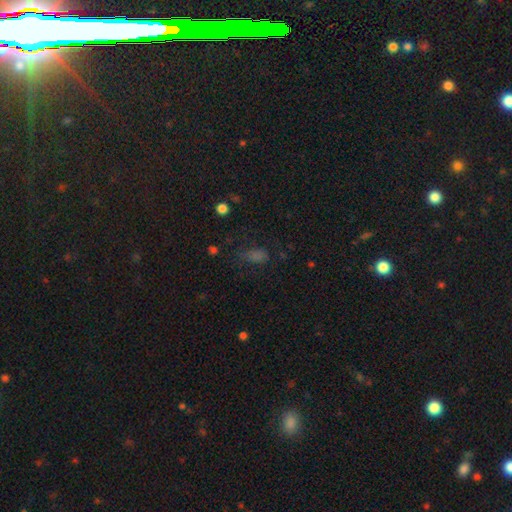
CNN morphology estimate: smooth 57%, star or artifact 31%, featured or disk 11%. Down the decision tree: how rounded — in between (81%); merging — none (62%).